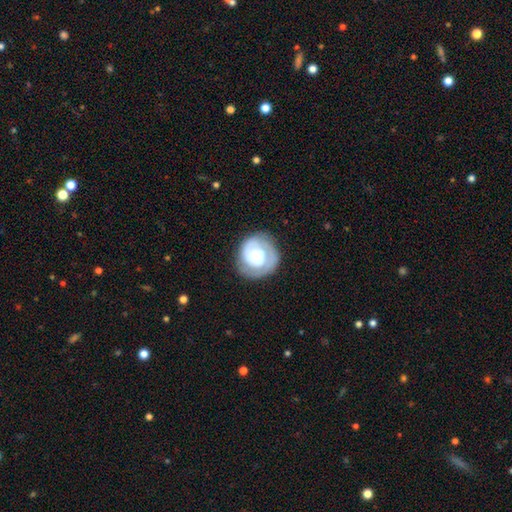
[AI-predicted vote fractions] Smooth or featured? Predicted: featured or disk (p=0.64). Edge-on disk? Predicted: no (p=0.98). Bar? Predicted: no (p=0.78). Spiral arms? Predicted: yes (p=0.81). Spiral winding? Predicted: tight (p=0.71). Spiral arm count? Predicted: 1 (p=0.50). Bulge size? Predicted: large (p=0.30, tied with moderate). Merging? Predicted: none (p=0.75).